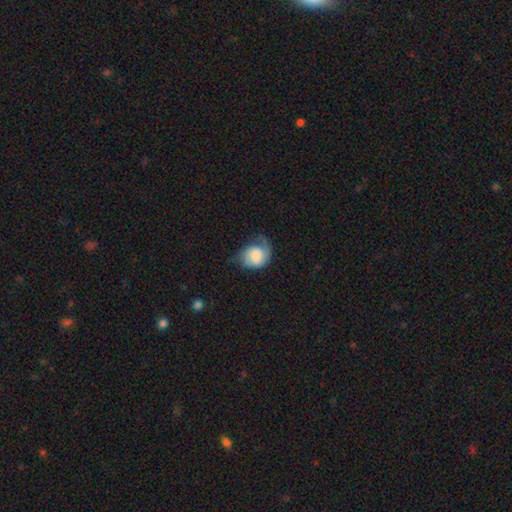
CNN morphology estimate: smooth 51%, featured or disk 42%, star or artifact 7%. Down the decision tree: how rounded — round (51%); merging — minor disturbance (36%).